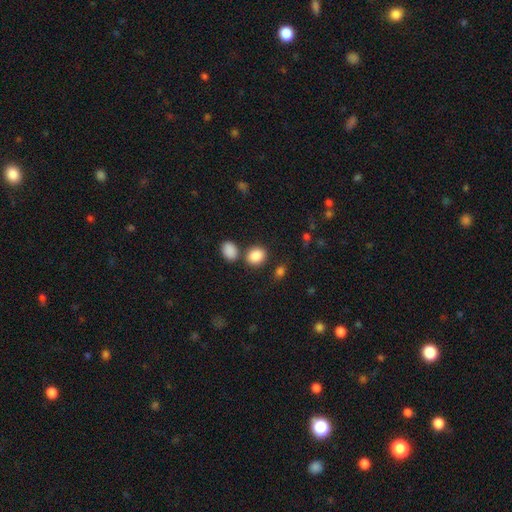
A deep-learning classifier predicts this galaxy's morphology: This appears to be a smooth galaxy with no disk features (87%) that is round (56%). Merging: none (70%).